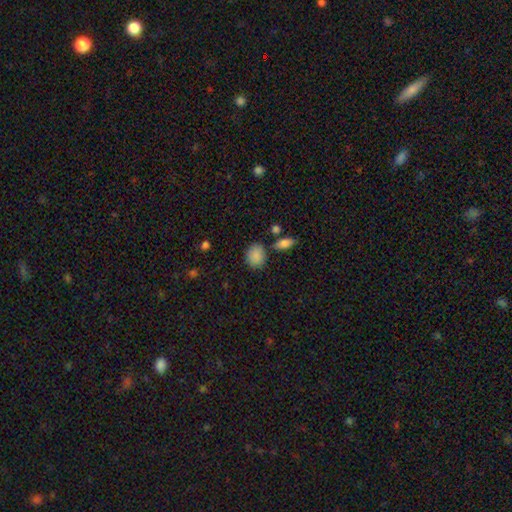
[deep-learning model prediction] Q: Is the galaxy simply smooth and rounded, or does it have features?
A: smooth — 87%.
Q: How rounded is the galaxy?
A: round — 57%.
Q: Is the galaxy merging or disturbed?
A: none — 74%.